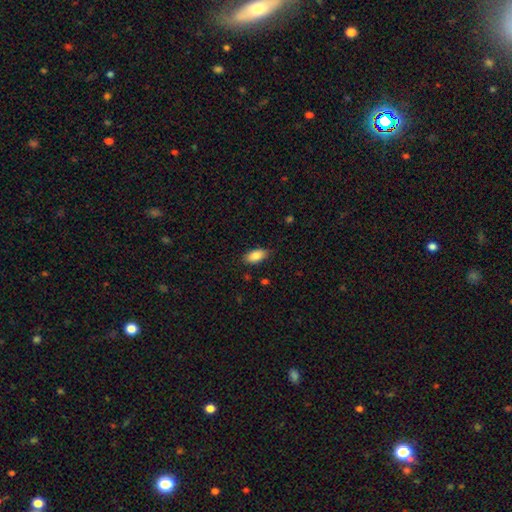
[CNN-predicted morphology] smooth-or-featured: smooth: 86% | star or artifact: 7% | featured or disk: 7%
  how-rounded: in between: 91% | cigar-shaped: 5% | round: 3%
  merging: none: 82% | minor disturbance: 14% | major disturbance: 3% | merger: 1%